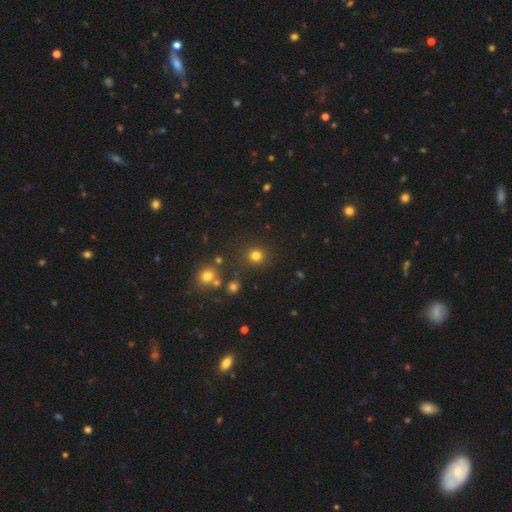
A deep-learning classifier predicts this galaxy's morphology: Smooth or featured?
  - smooth: 78% *
  - star or artifact: 17%
  - featured or disk: 5%
How rounded?
  - round: 92% *
  - in between: 7%
  - cigar-shaped: 1%
Merging?
  - none: 86% *
  - minor disturbance: 7%
  - merger: 4%
  - major disturbance: 3%